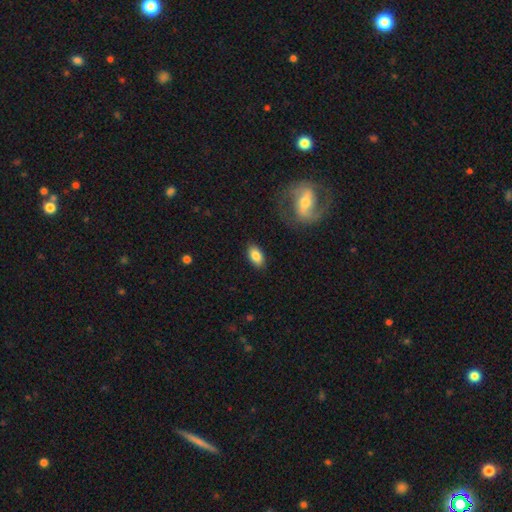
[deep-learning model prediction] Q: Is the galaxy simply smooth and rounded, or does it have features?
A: smooth — 83%.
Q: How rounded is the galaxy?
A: in between — 93%.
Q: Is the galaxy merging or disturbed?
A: none — 86%.